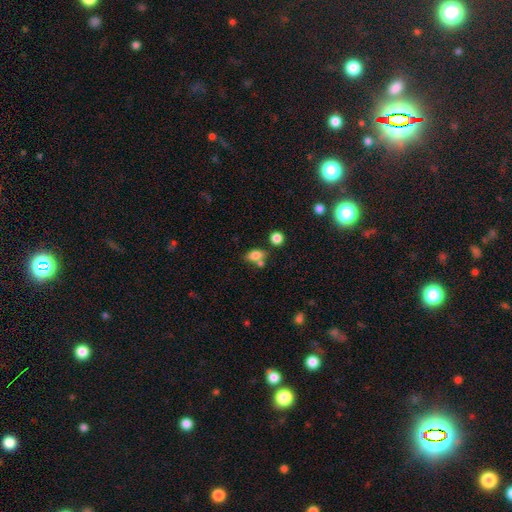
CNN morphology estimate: This appears to be a smooth galaxy with no disk features (78%) that is in between round and cigar-shaped (81%). Merging: none (58%).